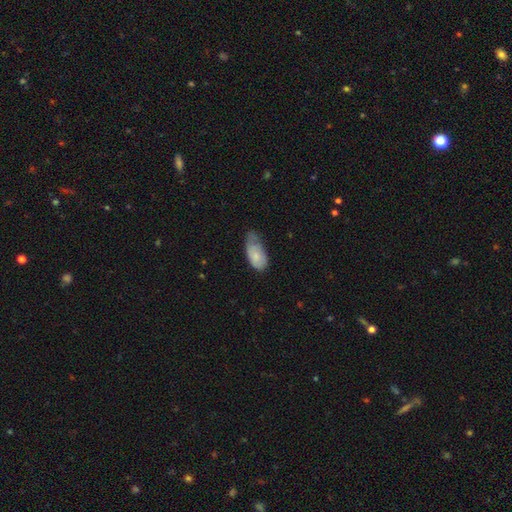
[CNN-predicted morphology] smooth-or-featured: smooth: 74% | featured or disk: 20% | star or artifact: 6%
  how-rounded: in between: 92% | cigar-shaped: 5% | round: 3%
  merging: minor disturbance: 48% | none: 30% | major disturbance: 20% | merger: 3%